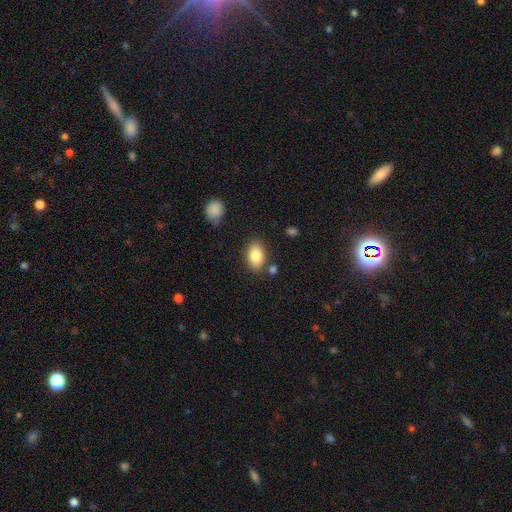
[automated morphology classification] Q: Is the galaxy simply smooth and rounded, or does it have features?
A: smooth — 85%.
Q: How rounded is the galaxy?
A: in between — 90%.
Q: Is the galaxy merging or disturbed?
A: none — 80%.